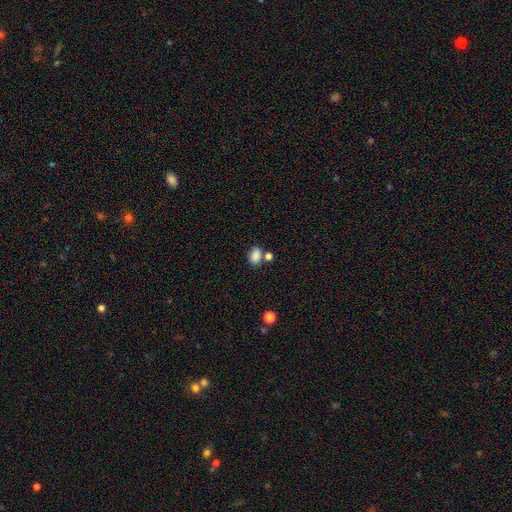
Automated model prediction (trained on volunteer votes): A smooth galaxy with no disk features (85%) that is in between round and cigar-shaped (80%).

Vote fractions:
- Smooth or featured? smooth: 85% / star or artifact: 10% / featured or disk: 5%
- How rounded? in between: 80% / round: 18% / cigar-shaped: 1%
- Merging? none: 61% / merger: 23% / minor disturbance: 13% / major disturbance: 4%